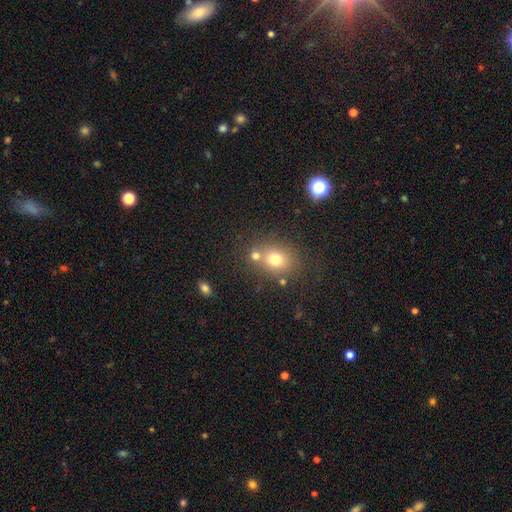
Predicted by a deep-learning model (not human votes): Smooth or featured: smooth — 72% (star or artifact — 16%)
How rounded: round — 69% (in between — 30%)
Merging: none — 59% (merger — 27%)